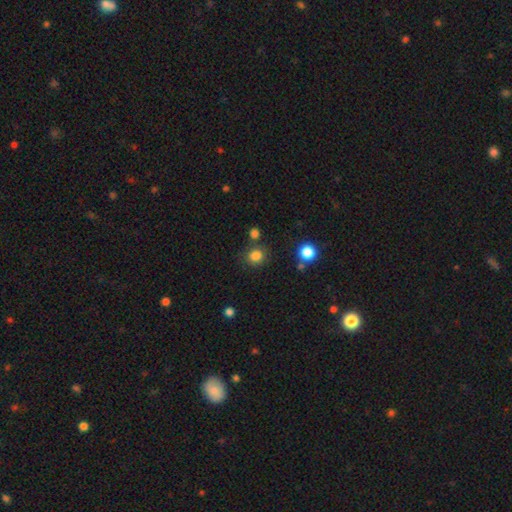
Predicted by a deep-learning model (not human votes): Smooth or featured? Predicted: smooth (p=0.82). How rounded? Predicted: round (p=0.84). Merging? Predicted: none (p=0.80).